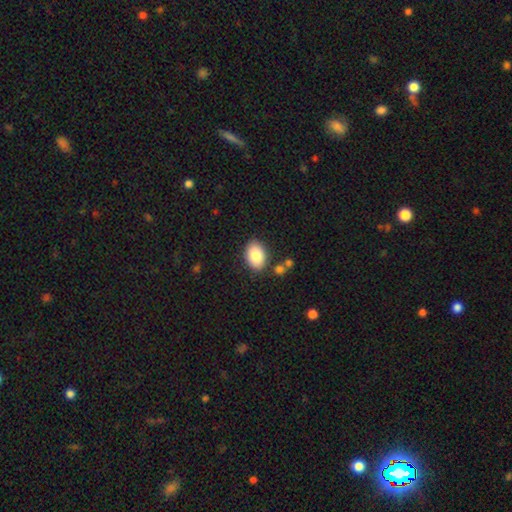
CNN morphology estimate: type=smooth (85%); roundness=in between (84%); merging=none (83%).